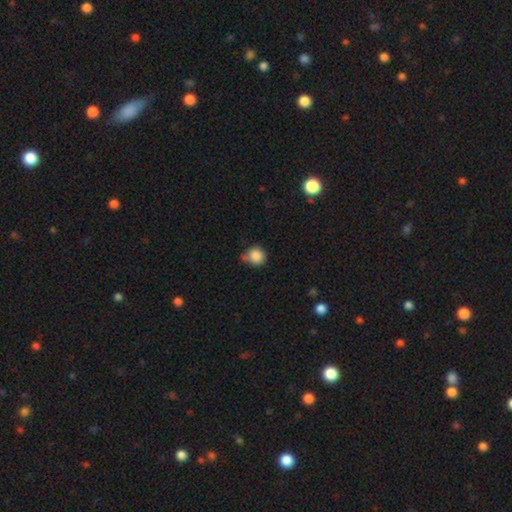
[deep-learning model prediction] The model was most divided on "merging": none: 61%, minor disturbance: 23%, merger: 11%, major disturbance: 5%. More confident: how rounded — round (88%); smooth or featured — smooth (86%).